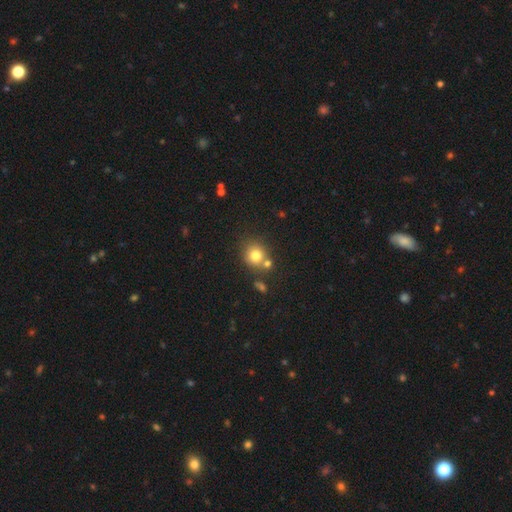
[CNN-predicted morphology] This is likely a smooth galaxy (78%). How rounded: clearly round (83%). Merging: likely none (63%).